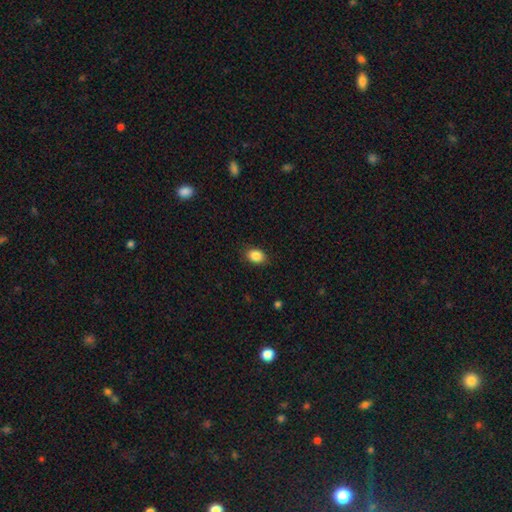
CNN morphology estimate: smooth_or_featured: smooth (p=0.87) [alt: star or artifact p=0.09]
how_rounded: in between (p=0.68) [alt: round p=0.31]
merging: none (p=0.87) [alt: minor disturbance p=0.10]